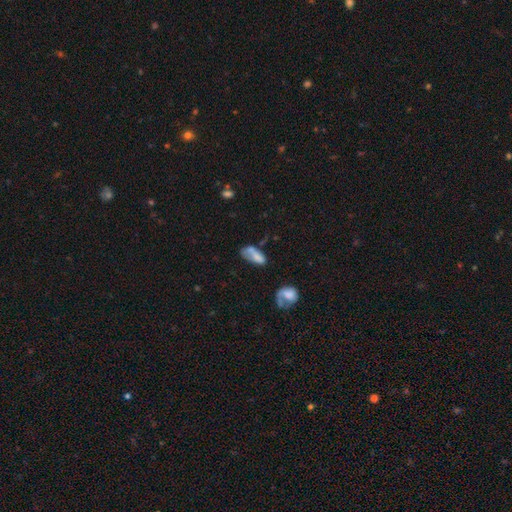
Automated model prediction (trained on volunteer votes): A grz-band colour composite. It shows a smooth galaxy with no disk features (65%) that is in between round and cigar-shaped (85%). Merging: none (34%).